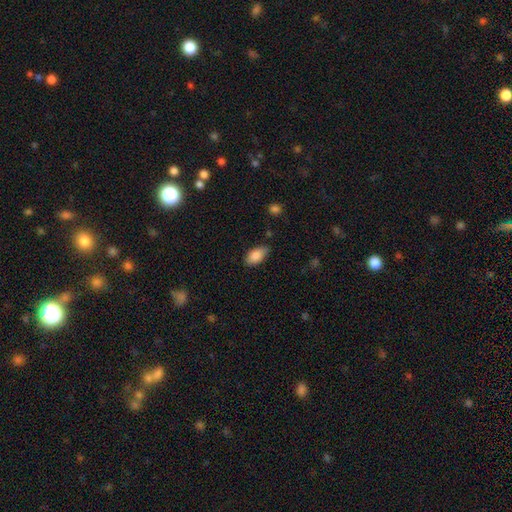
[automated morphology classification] Smooth or featured? Predicted: smooth (p=0.87). How rounded? Predicted: in between (p=0.93). Merging? Predicted: none (p=0.72).